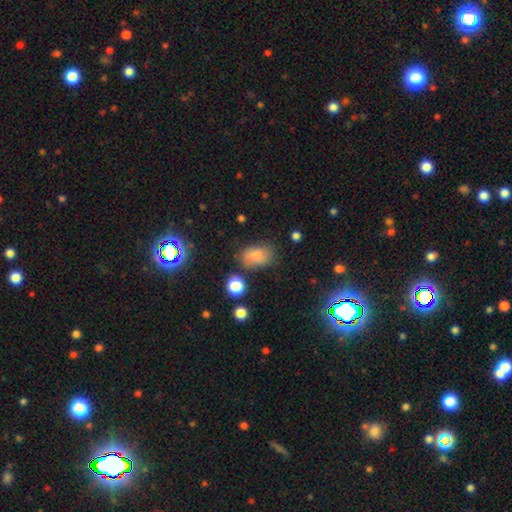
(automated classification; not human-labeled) Morphology: type=smooth (79%); roundness=in between (86%); merging=none (64%).